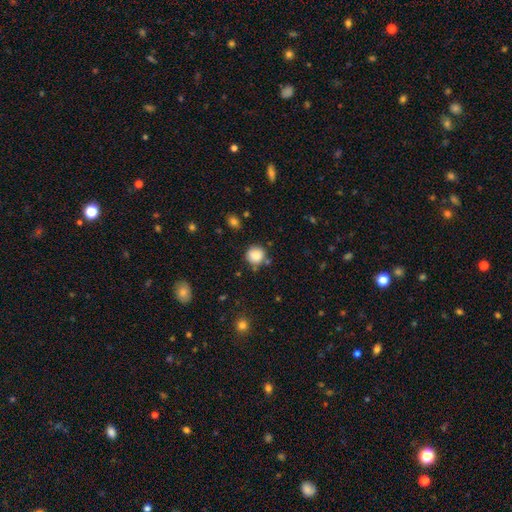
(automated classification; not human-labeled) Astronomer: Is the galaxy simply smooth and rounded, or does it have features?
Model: smooth — 86%.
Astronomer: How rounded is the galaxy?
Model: round — 90%.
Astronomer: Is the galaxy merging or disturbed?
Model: none — 77%.